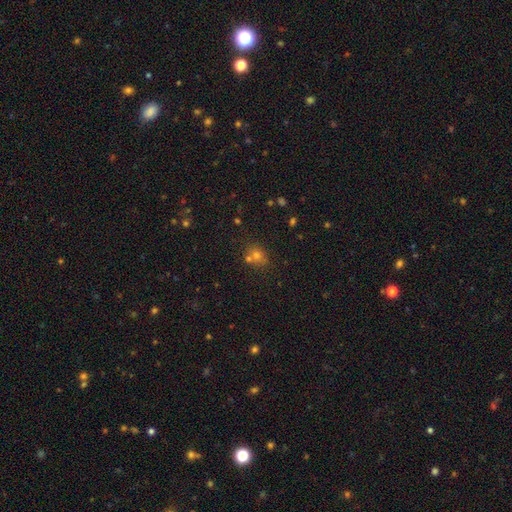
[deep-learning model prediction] Smooth or featured?
  - smooth: 66% *
  - star or artifact: 22%
  - featured or disk: 12%
How rounded?
  - round: 64% *
  - in between: 34%
  - cigar-shaped: 1%
Merging?
  - none: 57% *
  - merger: 27%
  - minor disturbance: 11%
  - major disturbance: 4%